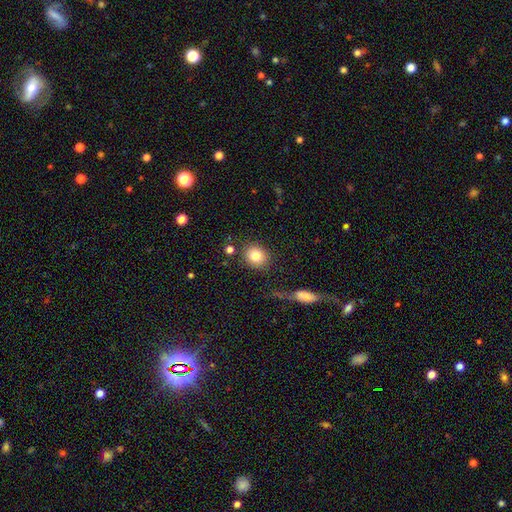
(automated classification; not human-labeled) This is clearly a smooth galaxy (83%). How rounded: likely round (72%). Merging: clearly none (81%).